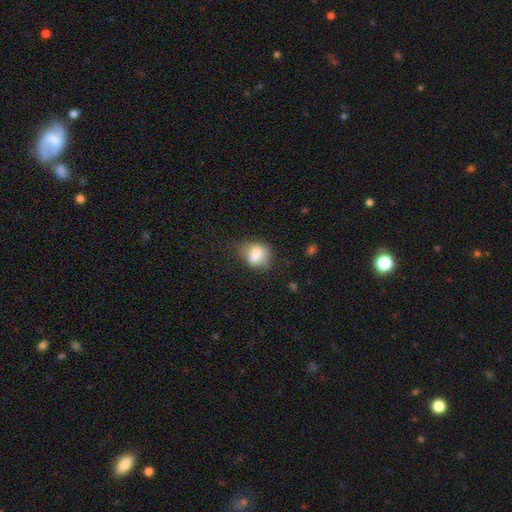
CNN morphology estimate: The model was most divided on "how rounded": in between: 55%, round: 43%, cigar-shaped: 2%. Remaining: smooth or featured — smooth (75%); merging — none (48%).